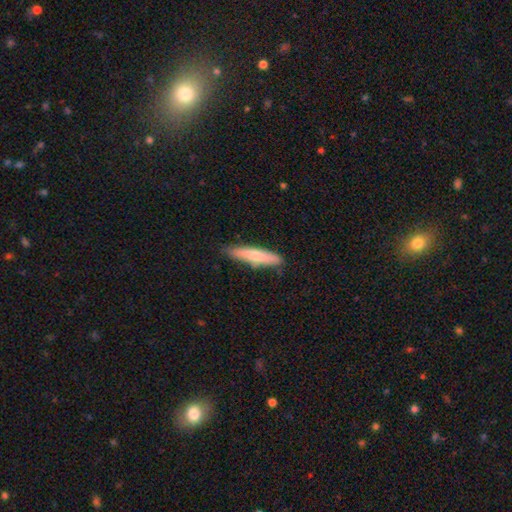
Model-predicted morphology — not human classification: Smooth or featured? smooth (68%)
How rounded? cigar-shaped (83%)
Merging? none (81%)